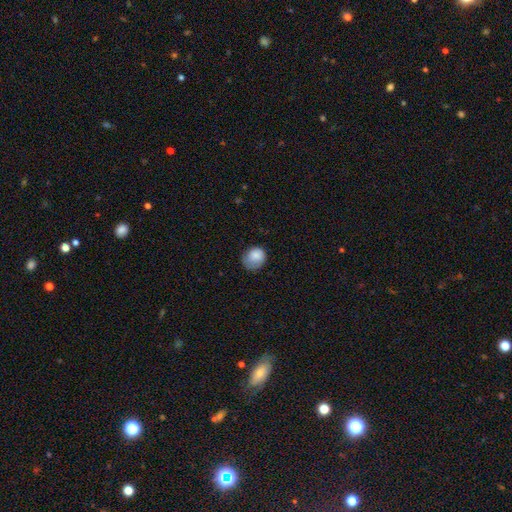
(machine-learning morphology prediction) This is clearly a smooth galaxy (83%). How rounded: likely round (71%). Merging: possibly none (57%).